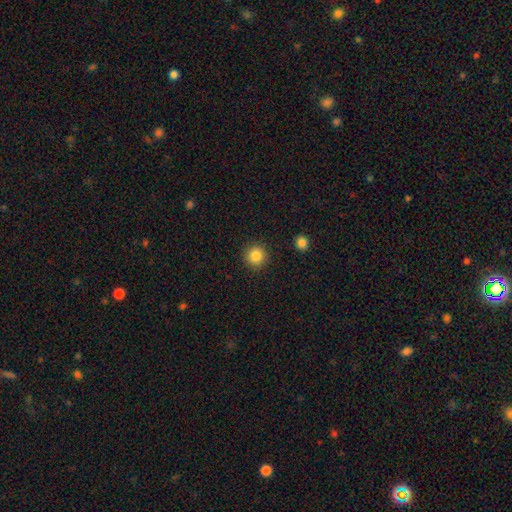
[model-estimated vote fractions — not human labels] The model was most divided on "smooth or featured": smooth: 85%, star or artifact: 11%, featured or disk: 5%. More confident: how rounded — round (94%); merging — none (91%).